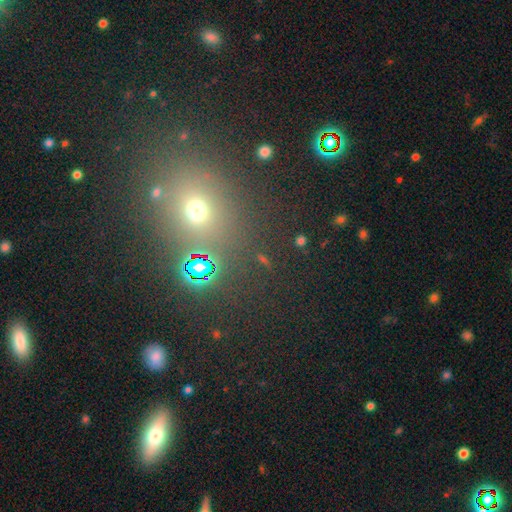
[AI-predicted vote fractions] Smooth or featured? smooth (48%)
Merging? none (79%)